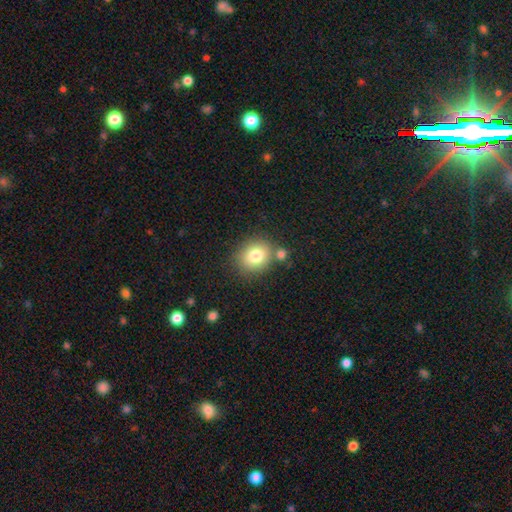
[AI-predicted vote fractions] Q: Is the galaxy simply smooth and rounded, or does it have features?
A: smooth — 80%.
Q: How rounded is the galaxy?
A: round — 65%.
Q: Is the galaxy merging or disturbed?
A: none — 71%.